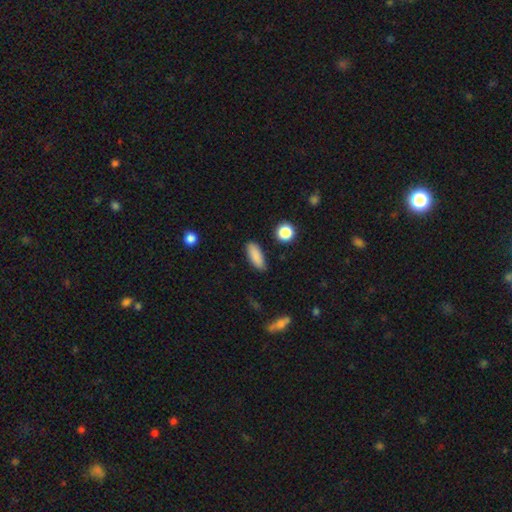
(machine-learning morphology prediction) This appears to be a smooth galaxy with no disk features (87%) that is in between round and cigar-shaped (70%). Merging: none (86%).